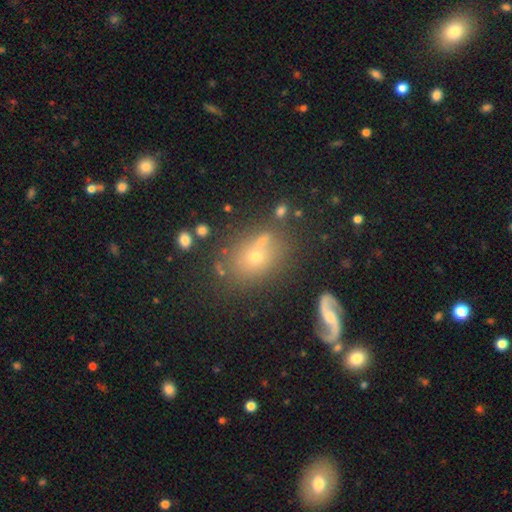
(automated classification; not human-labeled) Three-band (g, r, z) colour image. It shows a smooth galaxy with no disk features (59%) that is in between round and cigar-shaped (51%). Merging: none (62%).